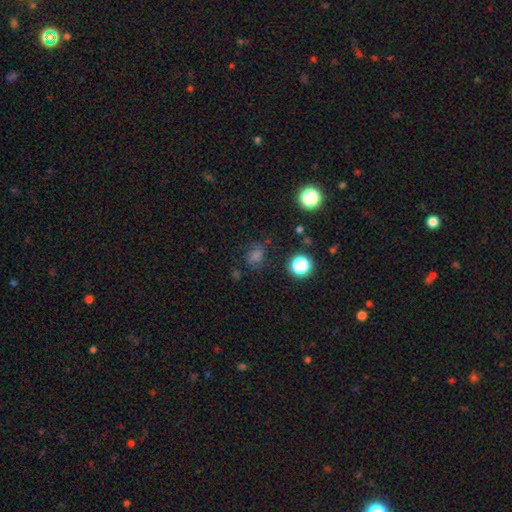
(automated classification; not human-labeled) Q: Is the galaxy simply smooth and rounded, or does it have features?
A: smooth — 54%.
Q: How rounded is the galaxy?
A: round — 52%.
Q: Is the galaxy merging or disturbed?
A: none — 68%.